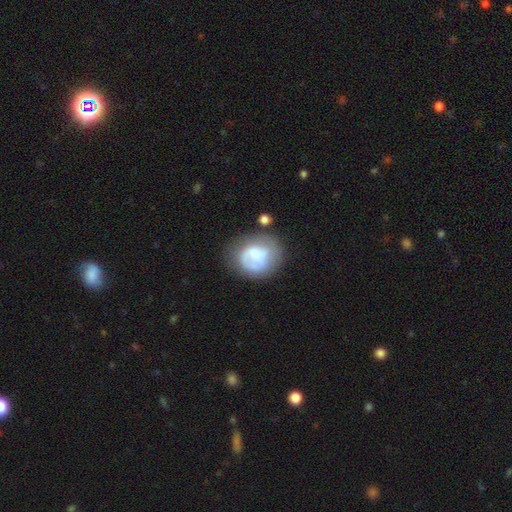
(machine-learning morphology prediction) Smooth or featured? Predicted: smooth (p=0.54). How rounded? Predicted: round (p=0.69). Merging? Predicted: none (p=0.51).